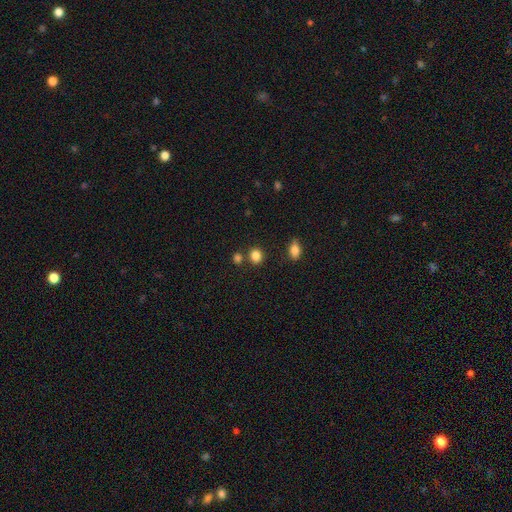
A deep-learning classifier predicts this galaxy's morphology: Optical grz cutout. It shows a smooth galaxy with no disk features (84%) that is round (69%). Merging: none (75%).